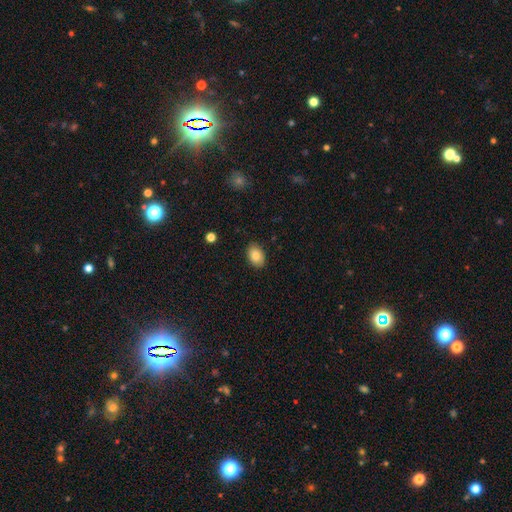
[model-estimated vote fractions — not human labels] smooth 85%, star or artifact 8%, featured or disk 7%. Down the decision tree: how rounded — in between (83%); merging — none (86%).